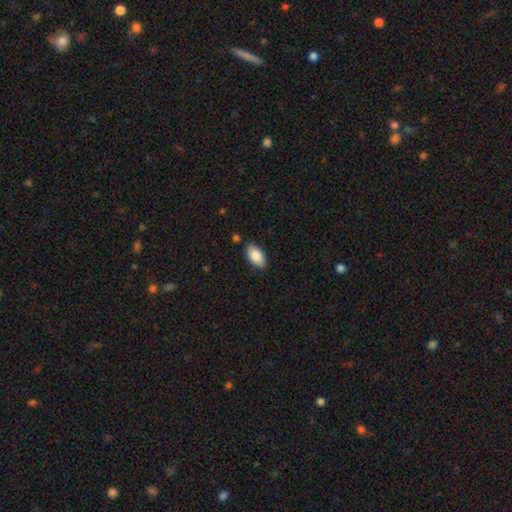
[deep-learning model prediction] Smooth or featured? Predicted: smooth (p=0.87). How rounded? Predicted: in between (p=0.94). Merging? Predicted: none (p=0.84).